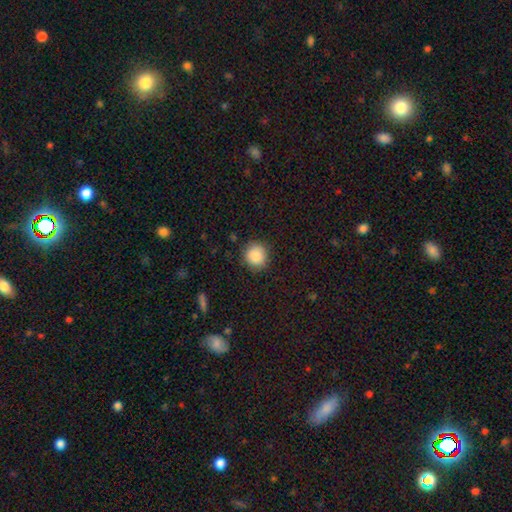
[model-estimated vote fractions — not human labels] smooth 87%, star or artifact 9%, featured or disk 4%. Down the decision tree: how rounded — round (92%); merging — none (88%).